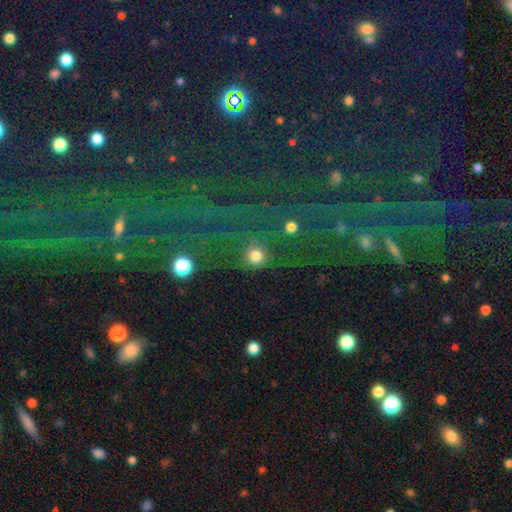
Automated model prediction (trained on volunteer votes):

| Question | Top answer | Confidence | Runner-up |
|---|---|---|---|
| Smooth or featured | smooth | 73% | star or artifact (20%) |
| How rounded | round | 93% | in between (5%) |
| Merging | none | 73% | minor disturbance (11%) |